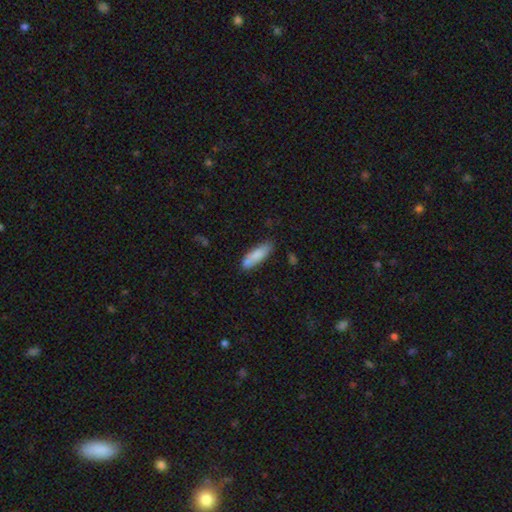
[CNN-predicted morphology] Smooth or featured? Predicted: smooth (p=0.79). How rounded? Predicted: cigar-shaped (p=0.57). Merging? Predicted: none (p=0.64).